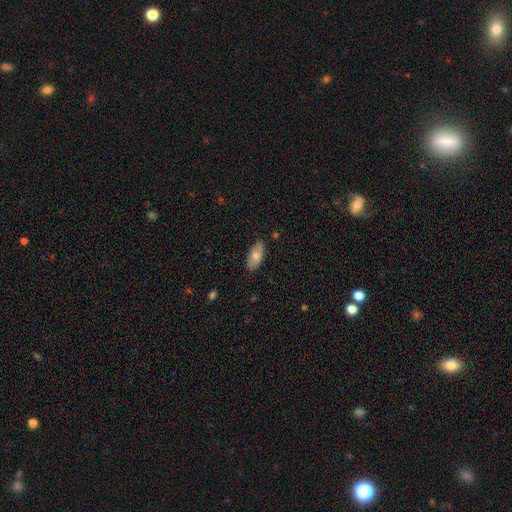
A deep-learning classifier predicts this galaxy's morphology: This appears to be a smooth galaxy with no disk features (74%) that is in between round and cigar-shaped (89%). Merging: none (83%).